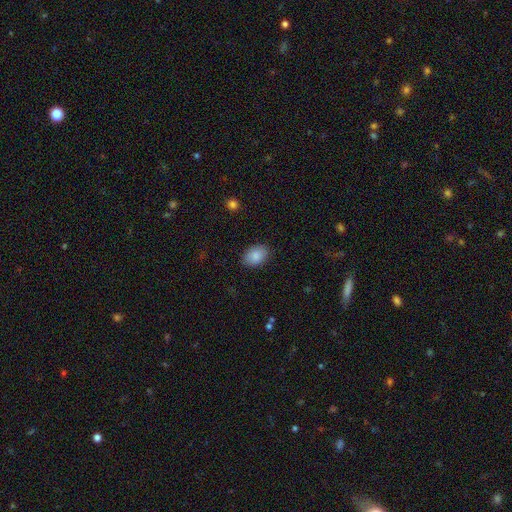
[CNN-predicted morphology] type=smooth (88%); roundness=in between (82%); merging=none (87%).